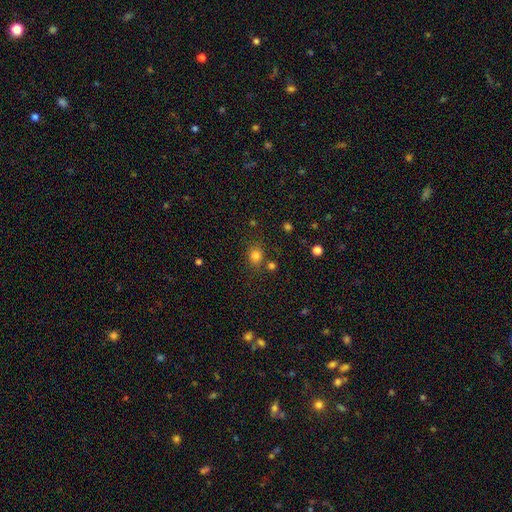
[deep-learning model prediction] Morphology: type=smooth (80%); roundness=round (66%); merging=none (73%).